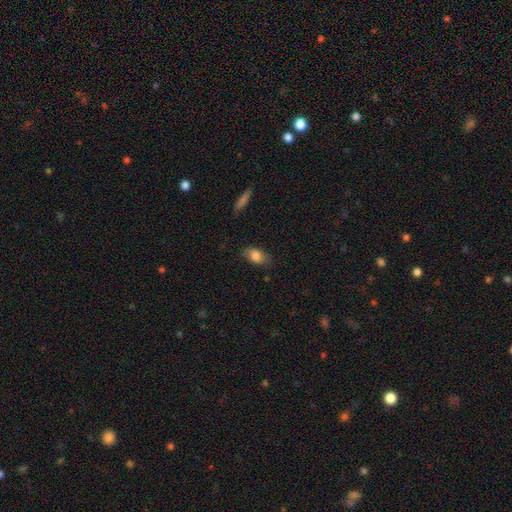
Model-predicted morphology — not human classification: Smooth or featured? Predicted: smooth (p=0.83). How rounded? Predicted: in between (p=0.88). Merging? Predicted: none (p=0.77).